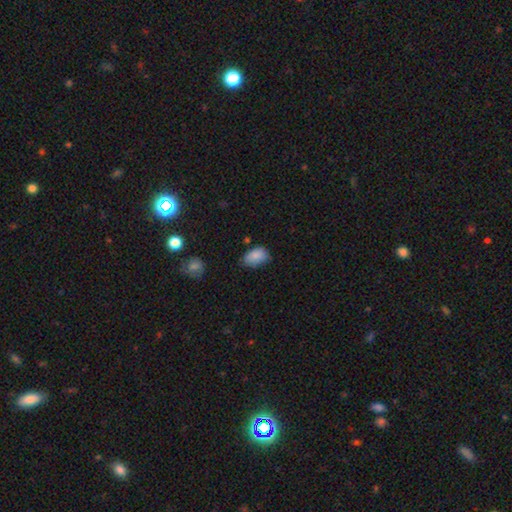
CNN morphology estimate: Smooth or featured?
  - smooth: 84% *
  - star or artifact: 8%
  - featured or disk: 8%
How rounded?
  - in between: 88% *
  - round: 10%
  - cigar-shaped: 1%
Merging?
  - none: 59% *
  - minor disturbance: 33%
  - major disturbance: 6%
  - merger: 2%